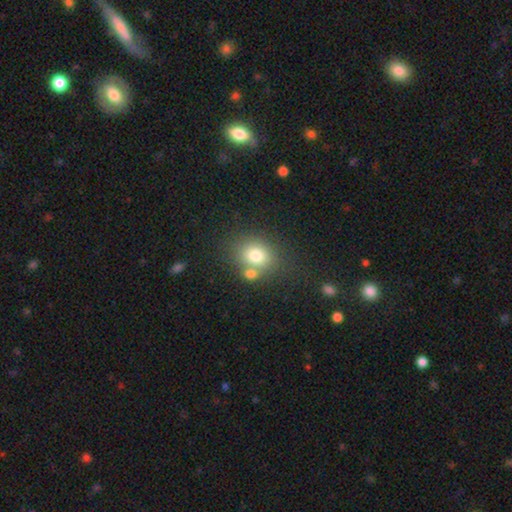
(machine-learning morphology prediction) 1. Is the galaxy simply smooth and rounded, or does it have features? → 75% smooth, 13% featured or disk, 12% star or artifact.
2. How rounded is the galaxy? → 62% round, 37% in between, 1% cigar-shaped.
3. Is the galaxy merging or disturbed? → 55% none, 29% merger, 11% minor disturbance, 5% major disturbance.